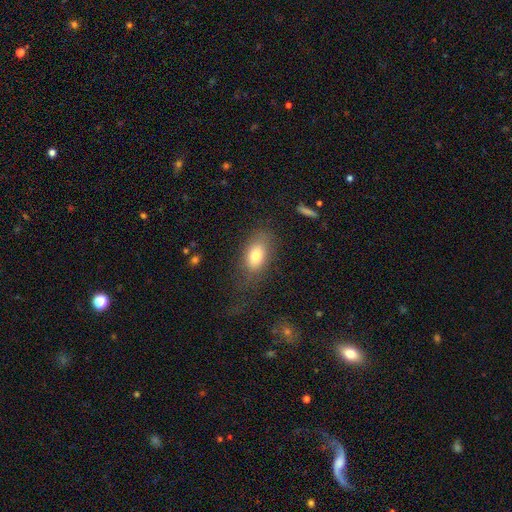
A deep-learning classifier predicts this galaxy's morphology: Q: Smooth or featured?
A: smooth (77%); runner-up: featured or disk (14%)
Q: How rounded?
A: in between (88%); runner-up: round (9%)
Q: Merging?
A: none (63%); runner-up: minor disturbance (20%)